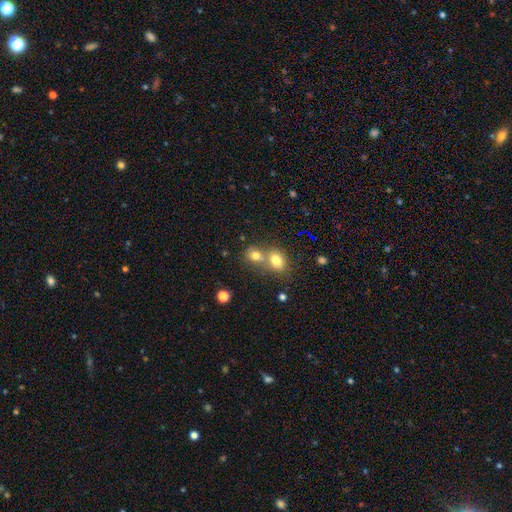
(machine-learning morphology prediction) This is likely a smooth galaxy (75%). How rounded: possibly round (60%). Merging: possibly merger (56%).